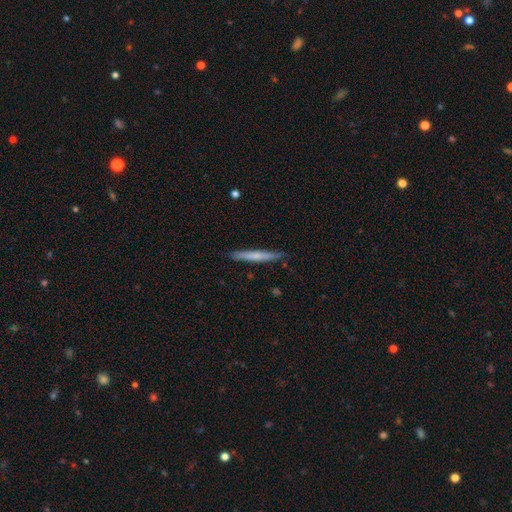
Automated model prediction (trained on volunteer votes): A smooth galaxy with no disk features (60%) that is cigar-shaped (96%).

Vote fractions:
- Smooth or featured? smooth: 60% / featured or disk: 34% / star or artifact: 6%
- How rounded? cigar-shaped: 96% / in between: 3% / round: 1%
- Merging? none: 88% / minor disturbance: 9% / major disturbance: 2% / merger: 1%